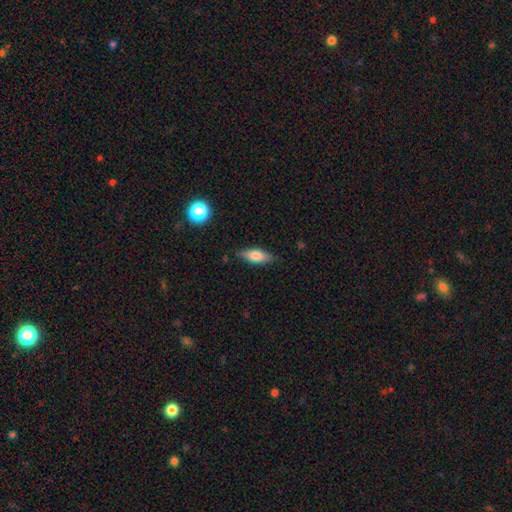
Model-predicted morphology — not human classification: Overall: smooth (71%). How rounded: in between (68%; cigar-shaped 29%). Merging: none (82%).